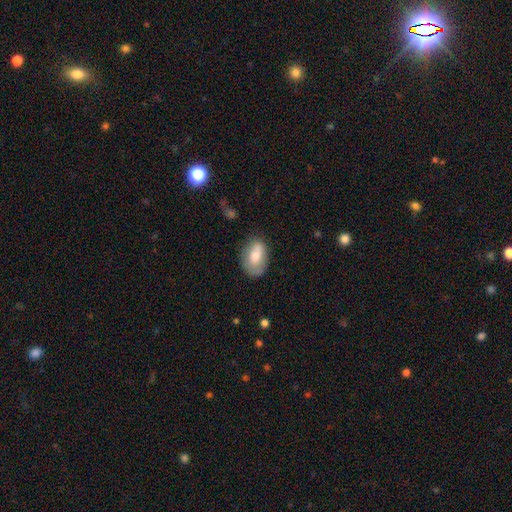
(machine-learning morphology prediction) A smooth galaxy with no disk features (72%) that is in between round and cigar-shaped (87%). Merging: none (63%).